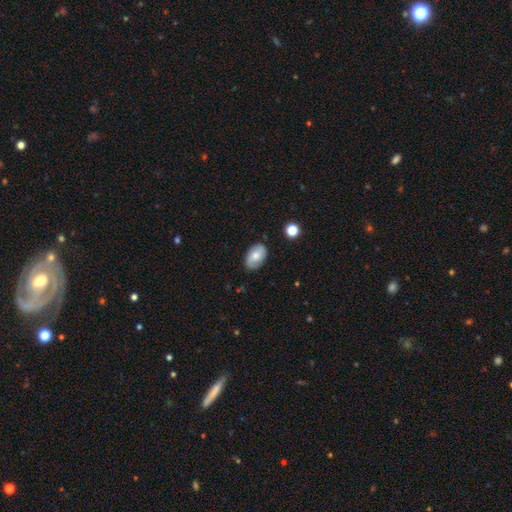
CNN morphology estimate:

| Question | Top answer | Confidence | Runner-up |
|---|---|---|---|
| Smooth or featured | smooth | 68% | featured or disk (25%) |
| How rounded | in between | 90% | round (9%) |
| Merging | none | 81% | minor disturbance (15%) |